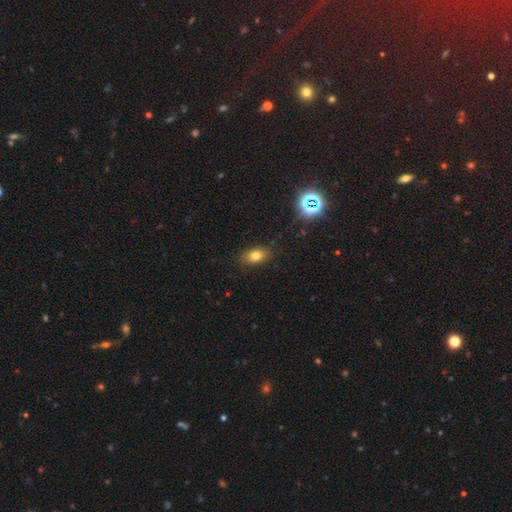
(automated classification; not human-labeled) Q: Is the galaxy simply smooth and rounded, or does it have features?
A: smooth — 77%.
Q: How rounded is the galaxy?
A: in between — 81%.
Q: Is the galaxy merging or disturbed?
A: none — 85%.